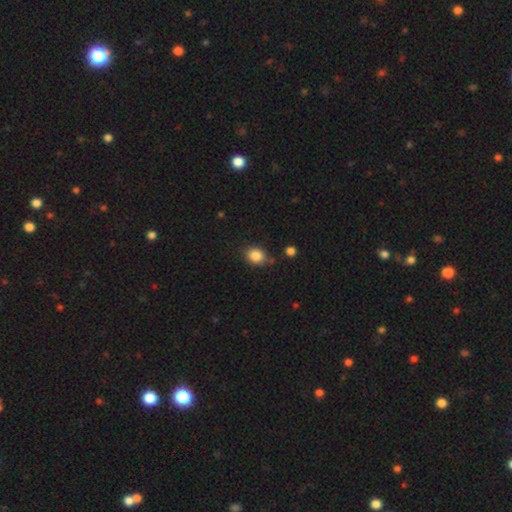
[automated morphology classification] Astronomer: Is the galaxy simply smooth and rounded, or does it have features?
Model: smooth — 85%.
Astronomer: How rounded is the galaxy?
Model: round — 54% (runner-up: in between, 45%).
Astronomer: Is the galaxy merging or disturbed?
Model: none — 74%.